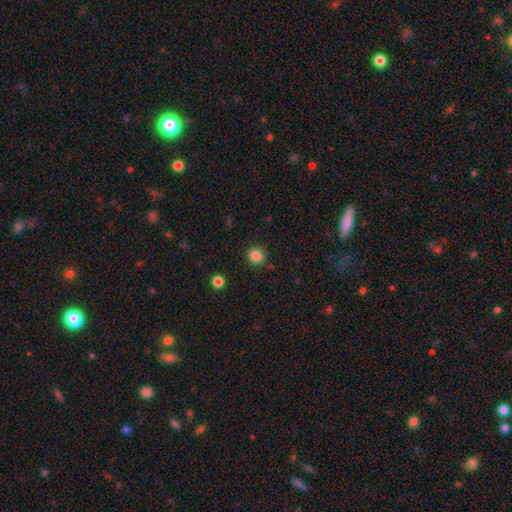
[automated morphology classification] smooth 85%, star or artifact 12%, featured or disk 4%. Down the decision tree: how rounded — round (88%); merging — none (88%).